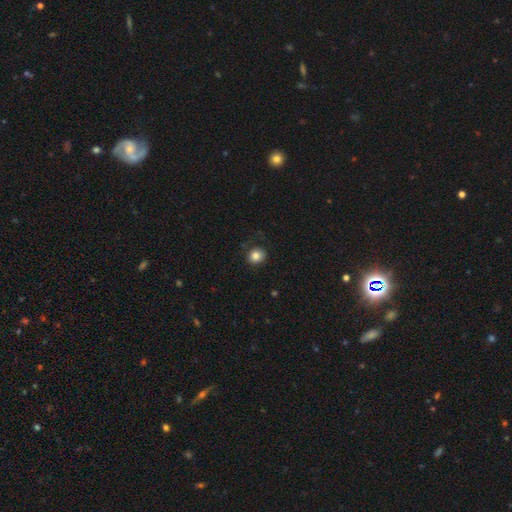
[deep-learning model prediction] A smooth galaxy with no disk features (83%) that is round (74%).

Vote fractions:
- Smooth or featured? smooth: 83% / star or artifact: 10% / featured or disk: 7%
- How rounded? round: 74% / in between: 26% / cigar-shaped: 1%
- Merging? none: 82% / minor disturbance: 13% / major disturbance: 4% / merger: 1%